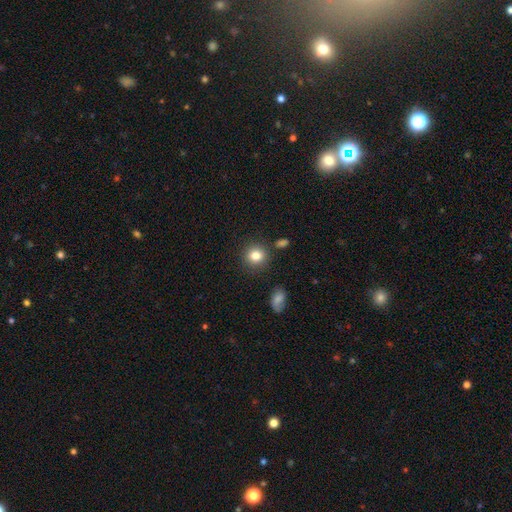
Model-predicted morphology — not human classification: Overall: smooth (83%). How rounded: round (86%). Merging: none (86%).